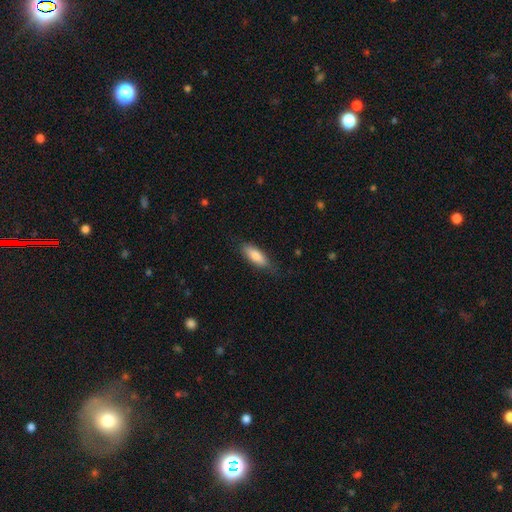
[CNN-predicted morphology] Smooth or featured? smooth (81%)
How rounded? in between (62%)
Merging? none (77%)